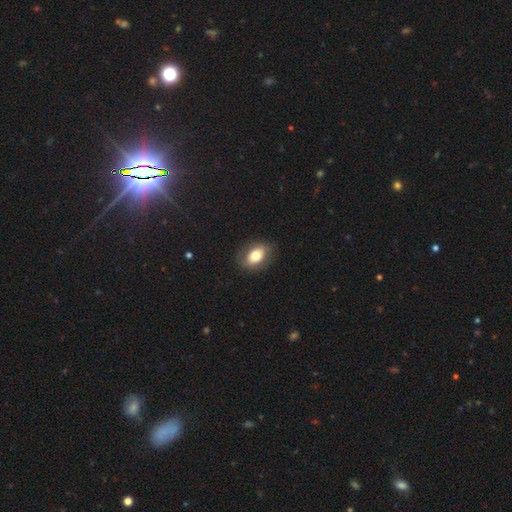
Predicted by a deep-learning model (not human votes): smooth-or-featured: smooth: 73% | featured or disk: 19% | star or artifact: 8%
  how-rounded: in between: 84% | round: 14% | cigar-shaped: 2%
  merging: none: 81% | minor disturbance: 13% | major disturbance: 4% | merger: 1%